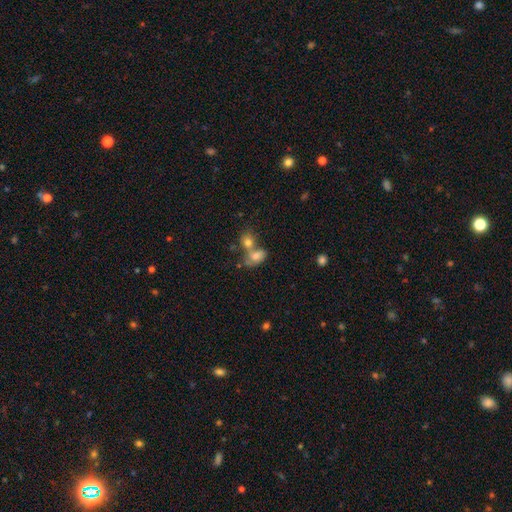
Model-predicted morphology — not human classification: The model was most divided on "merging": merger: 55%, none: 26%, minor disturbance: 11%, major disturbance: 7%. More confident: how rounded — in between (79%); smooth or featured — smooth (73%).